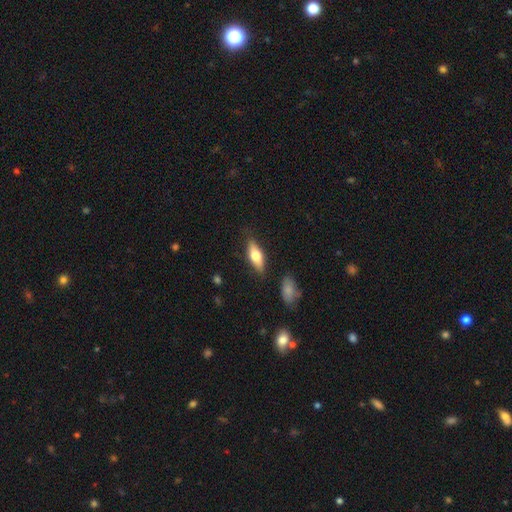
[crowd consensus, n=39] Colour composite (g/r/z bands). It shows a smooth galaxy with no disk features (64%) that is cigar-shaped (56%). Merging: none (81%).